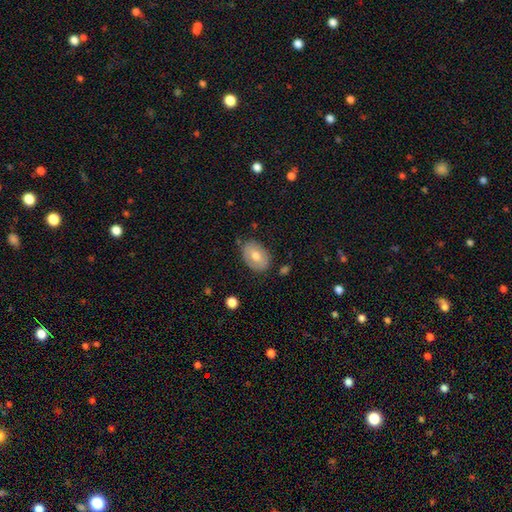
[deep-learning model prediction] Q: Smooth or featured?
A: smooth (64%); runner-up: featured or disk (29%)
Q: How rounded?
A: in between (79%); runner-up: round (20%)
Q: Merging?
A: none (81%); runner-up: minor disturbance (14%)